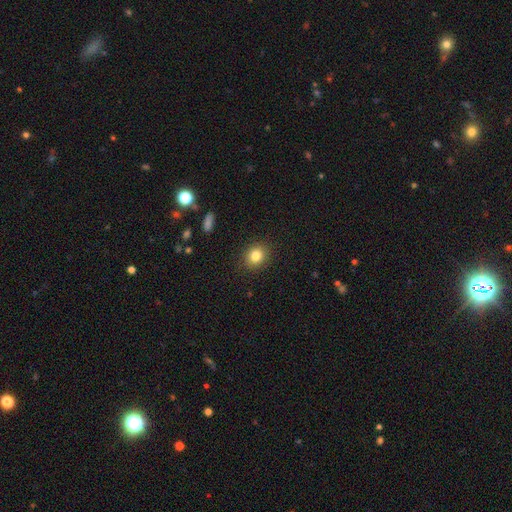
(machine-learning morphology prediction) Q: Smooth or featured?
A: smooth (83%); runner-up: star or artifact (10%)
Q: How rounded?
A: round (71%); runner-up: in between (29%)
Q: Merging?
A: none (89%); runner-up: minor disturbance (8%)